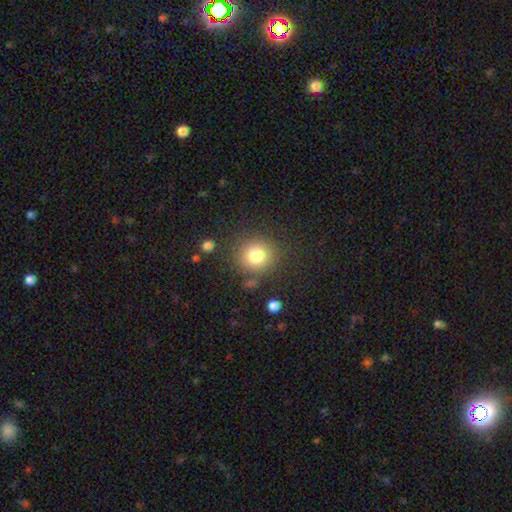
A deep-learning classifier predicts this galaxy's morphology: A smooth galaxy with no disk features (80%) that is round (90%).

Vote fractions:
- Smooth or featured? smooth: 80% / star or artifact: 12% / featured or disk: 9%
- How rounded? round: 90% / in between: 9% / cigar-shaped: 1%
- Merging? none: 83% / minor disturbance: 9% / major disturbance: 4% / merger: 4%